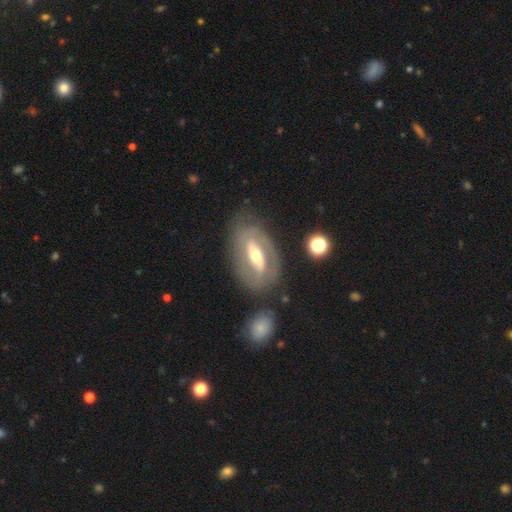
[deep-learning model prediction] The model was most divided on "spiral winding": tight: 51%, medium: 34%, loose: 14%. More confident: edge-on disk — no (92%); smooth or featured — featured or disk (79%); merging — none (73%); spiral arms — yes (71%); spiral arm count — 2 (68%); bulge size — moderate (62%); bar — strong (53%).